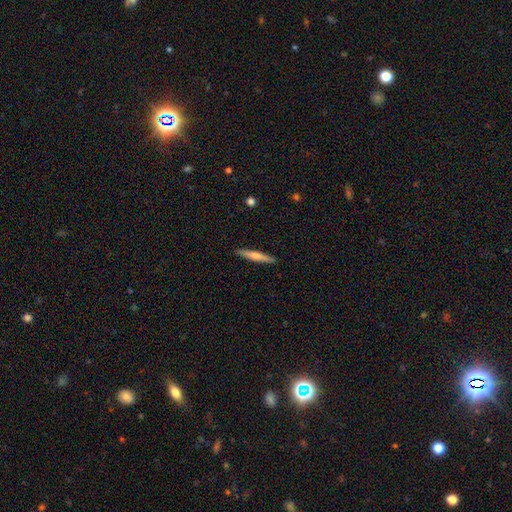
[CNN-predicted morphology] Smooth or featured? Predicted: smooth (p=0.59). How rounded? Predicted: cigar-shaped (p=0.94). Merging? Predicted: none (p=0.91).